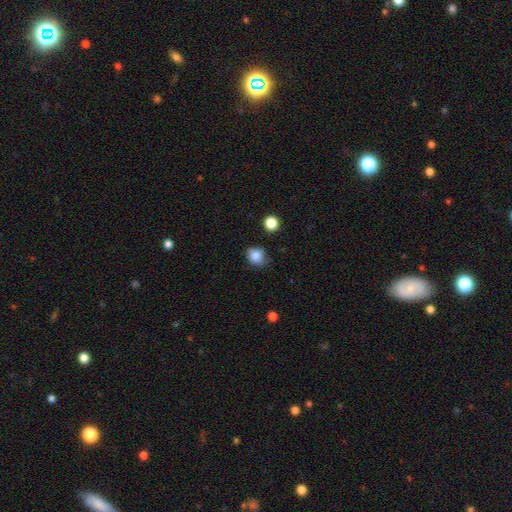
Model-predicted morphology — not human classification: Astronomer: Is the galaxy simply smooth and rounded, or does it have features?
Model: smooth — 84%.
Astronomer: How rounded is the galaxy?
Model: round — 66%.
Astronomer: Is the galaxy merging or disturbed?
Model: none — 65%.